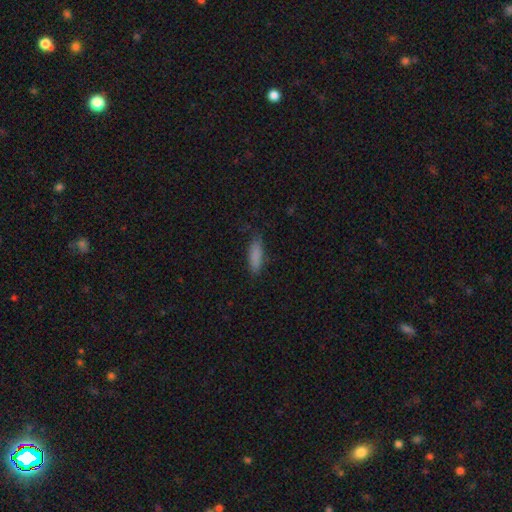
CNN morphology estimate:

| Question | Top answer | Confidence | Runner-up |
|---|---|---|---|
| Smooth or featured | smooth | 85% | featured or disk (7%) |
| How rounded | in between | 52% | cigar-shaped (46%) |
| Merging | none | 75% | minor disturbance (20%) |